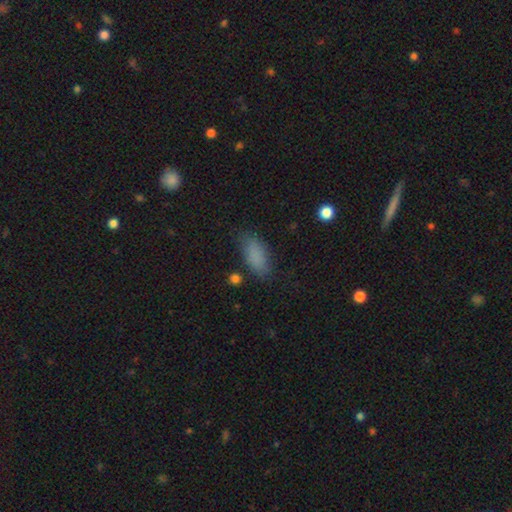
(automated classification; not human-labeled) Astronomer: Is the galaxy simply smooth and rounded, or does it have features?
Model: smooth — 84%.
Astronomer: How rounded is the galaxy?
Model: in between — 86%.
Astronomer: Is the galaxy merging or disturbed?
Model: none — 76%.